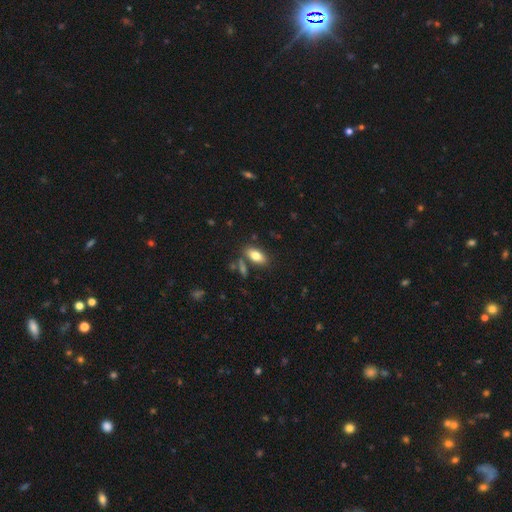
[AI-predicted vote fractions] smooth-or-featured: smooth: 79% | featured or disk: 14% | star or artifact: 7%
  how-rounded: in between: 88% | cigar-shaped: 9% | round: 3%
  merging: none: 77% | minor disturbance: 11% | merger: 8% | major disturbance: 3%